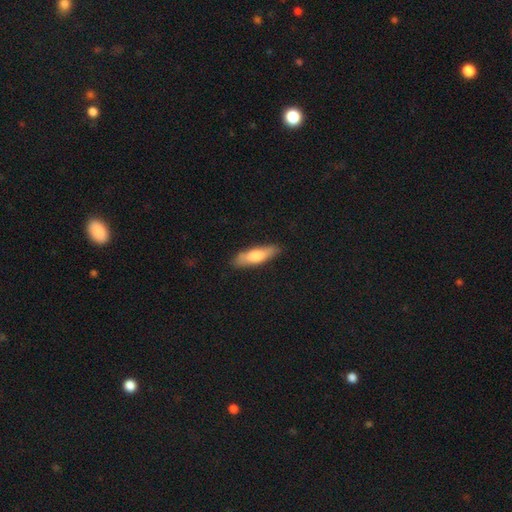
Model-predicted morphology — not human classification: smooth_or_featured: smooth (p=0.71) [alt: featured or disk p=0.24]
how_rounded: cigar-shaped (p=0.61) [alt: in between p=0.37]
merging: none (p=0.82) [alt: minor disturbance p=0.14]